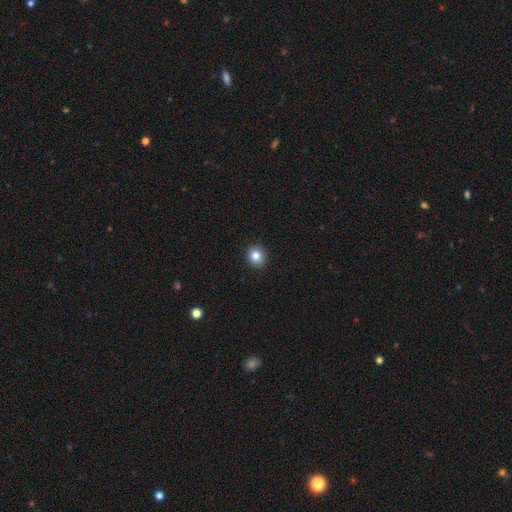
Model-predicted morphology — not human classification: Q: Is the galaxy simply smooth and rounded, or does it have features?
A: smooth — 84%.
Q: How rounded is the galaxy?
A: round — 82%.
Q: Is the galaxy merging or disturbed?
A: none — 92%.